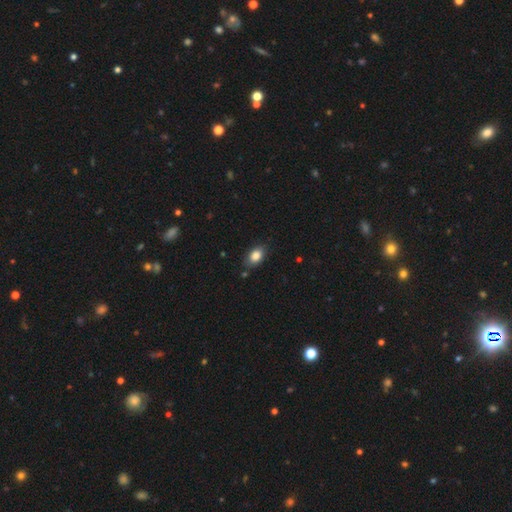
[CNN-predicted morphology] The model was most divided on "merging": none: 81%, minor disturbance: 14%, major disturbance: 3%, merger: 2%. More confident: how rounded — in between (86%); smooth or featured — smooth (85%).